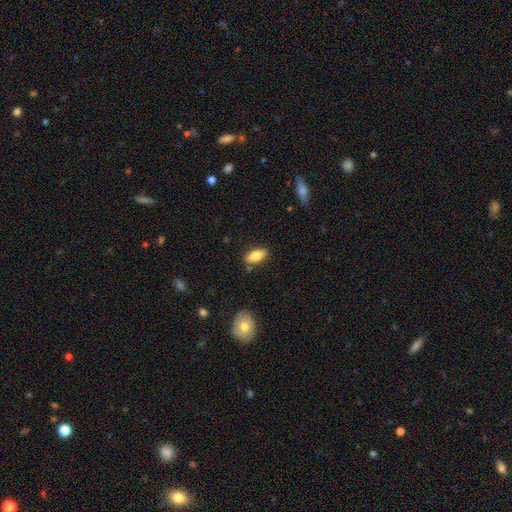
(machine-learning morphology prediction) Smooth or featured?
  - smooth: 76% *
  - featured or disk: 17%
  - star or artifact: 7%
How rounded?
  - in between: 85% *
  - cigar-shaped: 12%
  - round: 3%
Merging?
  - none: 83% *
  - minor disturbance: 12%
  - merger: 3%
  - major disturbance: 3%